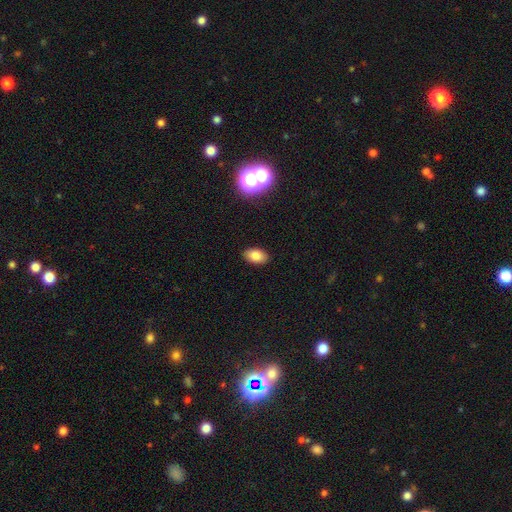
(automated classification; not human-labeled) The model was most divided on "smooth or featured": smooth: 81%, star or artifact: 11%, featured or disk: 8%. More confident: how rounded — in between (90%); merging — none (89%).